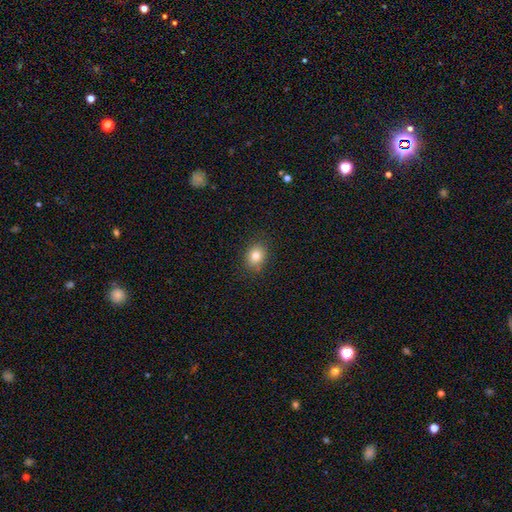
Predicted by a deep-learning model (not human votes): Smooth or featured: smooth — 80% (star or artifact — 11%)
How rounded: round — 56% (in between — 43%)
Merging: none — 87% (minor disturbance — 10%)